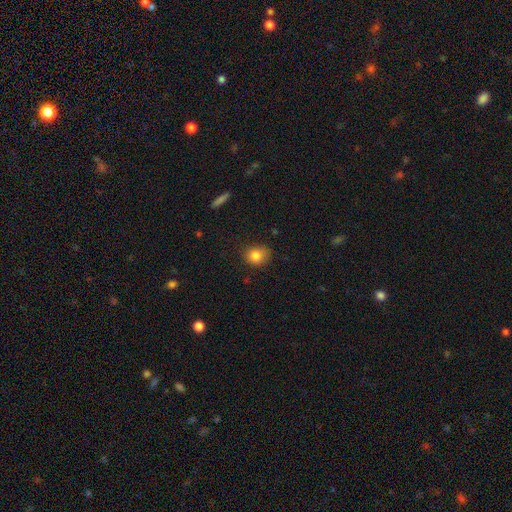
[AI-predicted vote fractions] A smooth galaxy with no disk features (83%) that is round (73%). Merging: none (77%).